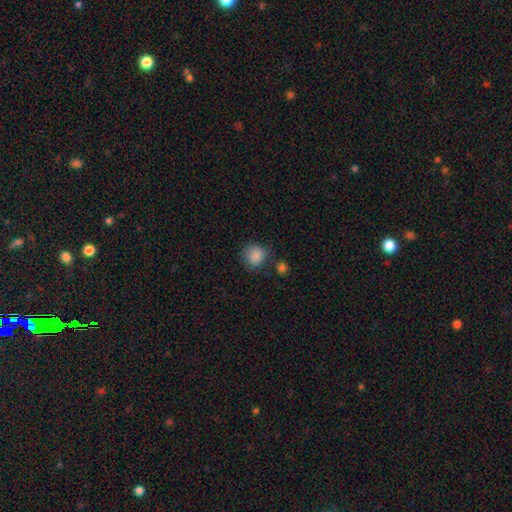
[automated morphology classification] smooth 86%, star or artifact 10%, featured or disk 4%. Down the decision tree: how rounded — round (80%); merging — none (69%).